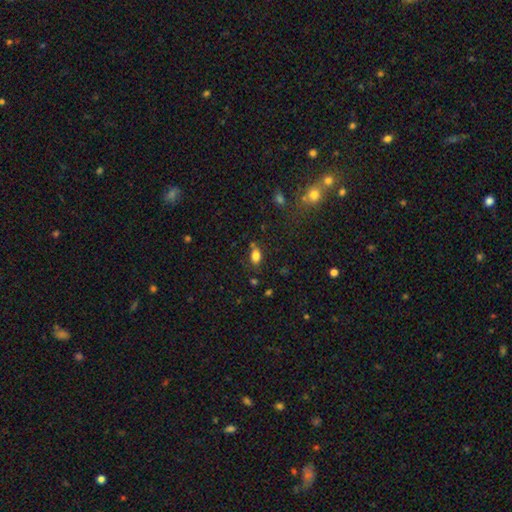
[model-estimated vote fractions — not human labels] This is clearly a smooth galaxy (80%). How rounded: clearly in between (85%). Merging: likely none (71%).